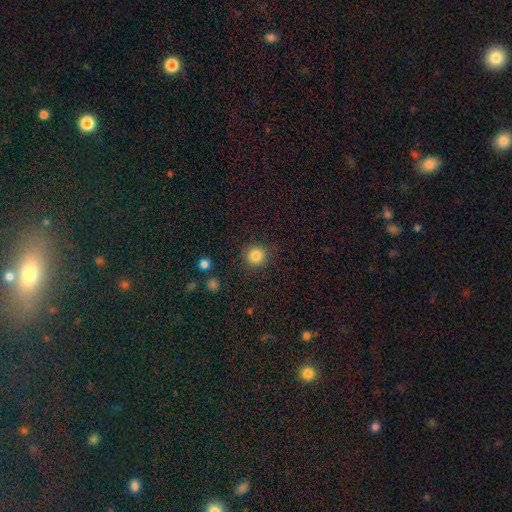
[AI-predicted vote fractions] Smooth or featured?
  - smooth: 84% *
  - star or artifact: 11%
  - featured or disk: 5%
How rounded?
  - round: 93% *
  - in between: 6%
  - cigar-shaped: 1%
Merging?
  - none: 88% *
  - minor disturbance: 7%
  - major disturbance: 3%
  - merger: 2%